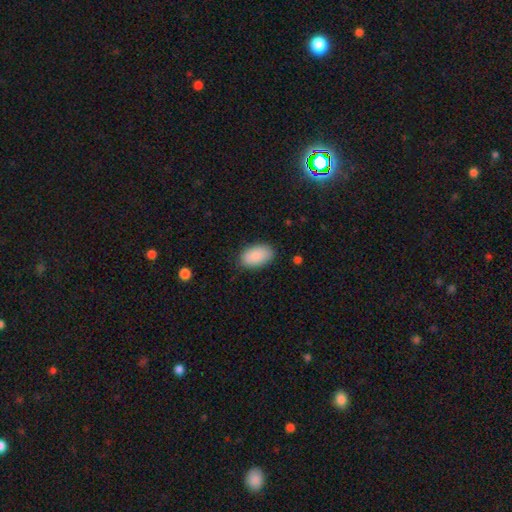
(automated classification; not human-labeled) Smooth or featured: smooth — 89% (star or artifact — 6%)
How rounded: in between — 94% (round — 5%)
Merging: none — 84% (minor disturbance — 12%)